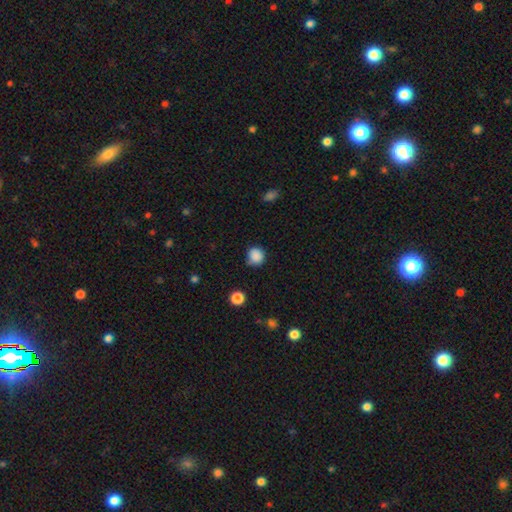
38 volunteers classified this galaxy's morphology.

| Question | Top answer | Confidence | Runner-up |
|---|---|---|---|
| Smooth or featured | smooth | 89% | featured or disk (5%) |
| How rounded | round | 91% | in between (9%) |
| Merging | none | 64% | minor disturbance (28%) |